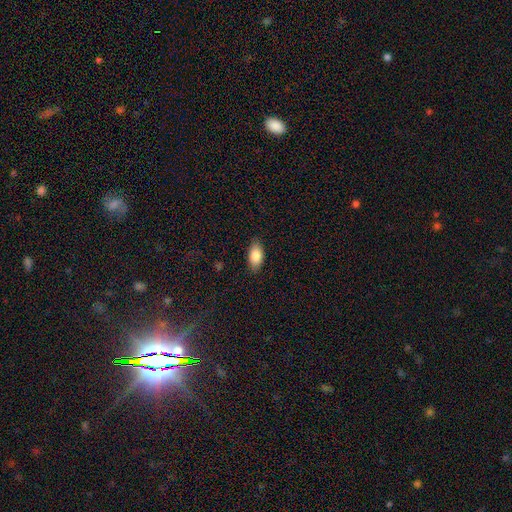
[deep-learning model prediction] Morphology: type=smooth (87%); roundness=in between (93%); merging=none (85%).